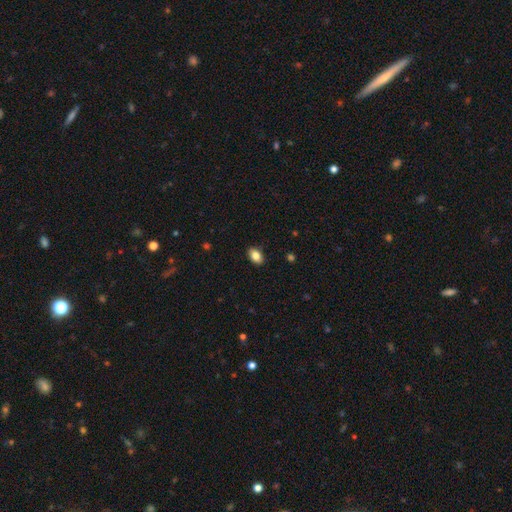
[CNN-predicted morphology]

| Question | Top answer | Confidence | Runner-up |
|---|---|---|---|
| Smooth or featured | smooth | 84% | star or artifact (8%) |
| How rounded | in between | 87% | round (12%) |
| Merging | none | 88% | minor disturbance (9%) |